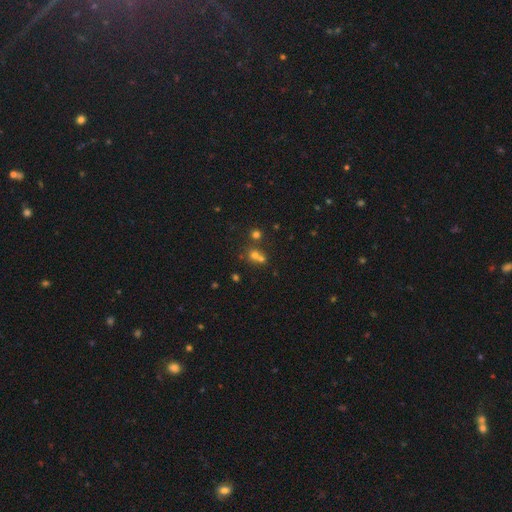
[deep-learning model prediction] Smooth or featured: smooth — 57% (star or artifact — 27%)
How rounded: round — 81% (in between — 17%)
Merging: merger — 49% (none — 42%)